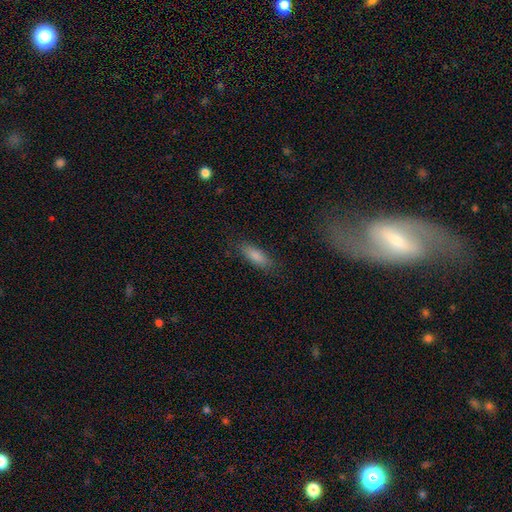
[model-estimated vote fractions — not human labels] This is clearly a smooth galaxy (83%). How rounded: possibly in between (59%). Merging: clearly none (82%).